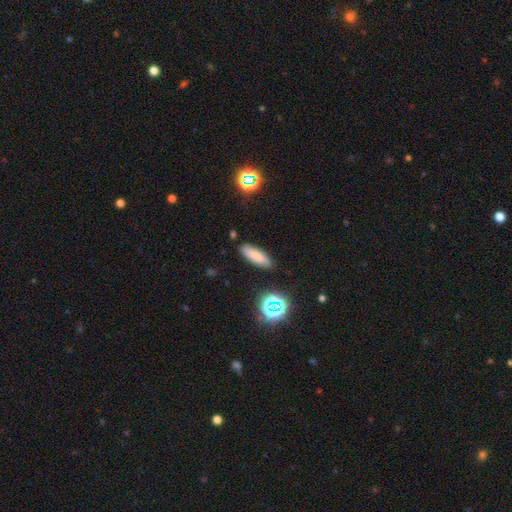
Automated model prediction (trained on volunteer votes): This is likely a smooth galaxy (79%). How rounded: possibly in between (59%). Merging: clearly none (86%).